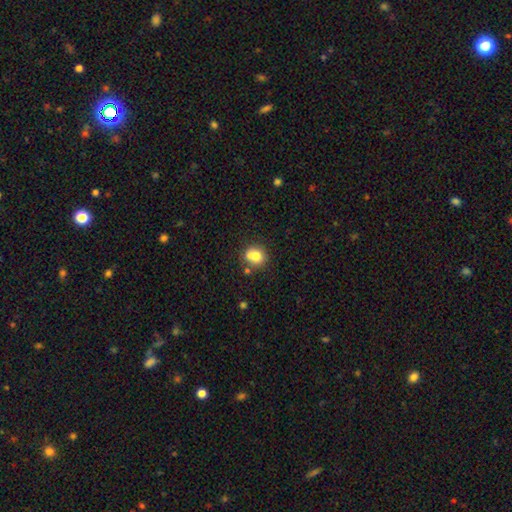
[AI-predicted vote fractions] A smooth galaxy with no disk features (75%) that is round (74%). Merging: none (57%).